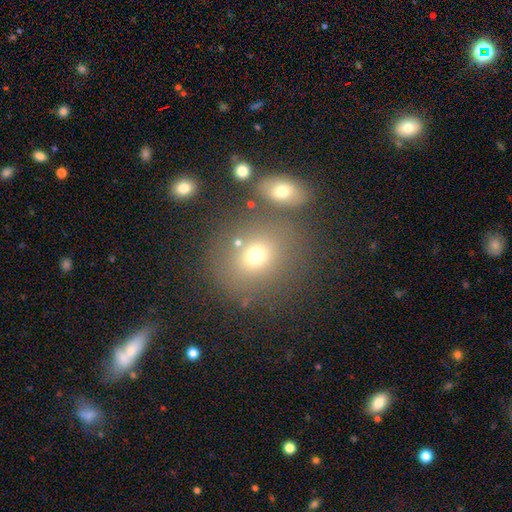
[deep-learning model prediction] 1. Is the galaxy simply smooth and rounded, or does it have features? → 70% smooth, 17% star or artifact, 13% featured or disk.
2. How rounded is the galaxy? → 71% round, 27% in between, 1% cigar-shaped.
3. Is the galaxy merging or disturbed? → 69% none, 14% merger, 11% minor disturbance, 6% major disturbance.